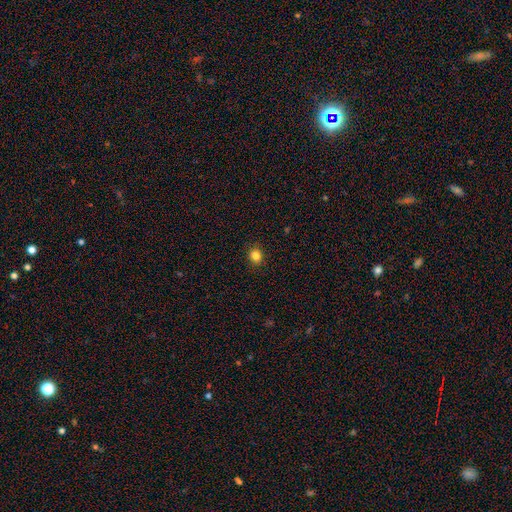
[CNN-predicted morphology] This is clearly a smooth galaxy (84%). How rounded: likely round (68%). Merging: clearly none (91%).